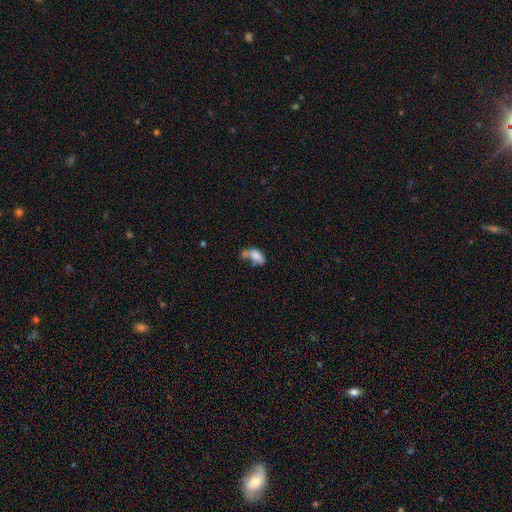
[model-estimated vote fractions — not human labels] Morphology: type=smooth (77%); roundness=in between (89%); merging=merger (38%).